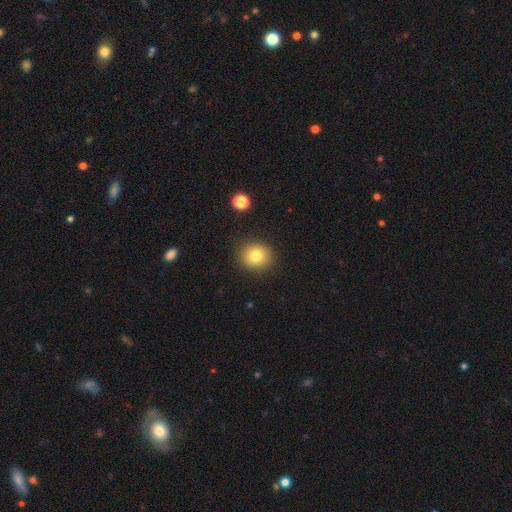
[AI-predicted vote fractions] Smooth or featured: smooth — 80% (star or artifact — 11%)
How rounded: round — 80% (in between — 19%)
Merging: none — 88% (minor disturbance — 8%)